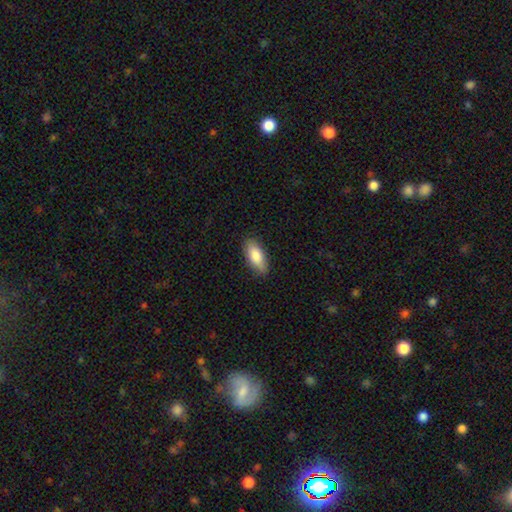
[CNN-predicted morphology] Smooth or featured?
  - smooth: 83% *
  - featured or disk: 11%
  - star or artifact: 6%
How rounded?
  - in between: 82% *
  - cigar-shaped: 15%
  - round: 2%
Merging?
  - none: 86% *
  - minor disturbance: 11%
  - major disturbance: 2%
  - merger: 1%